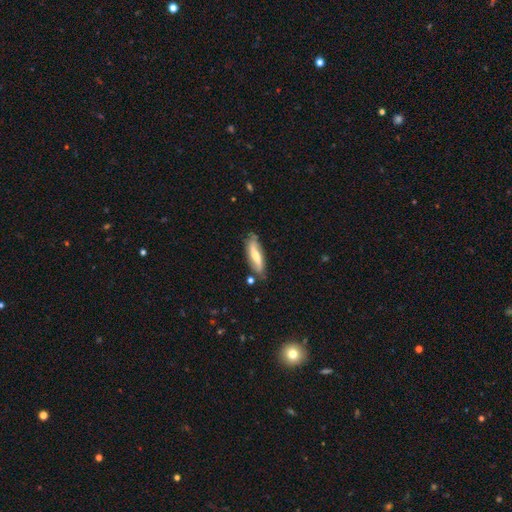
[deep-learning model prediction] A smooth galaxy with no disk features (47%, tied with featured or disk).

Vote fractions:
- Smooth or featured? smooth: 47% (tied) / featured or disk: 47% (tied) / star or artifact: 6%
- Merging? none: 70% / minor disturbance: 22% / major disturbance: 5% / merger: 4%